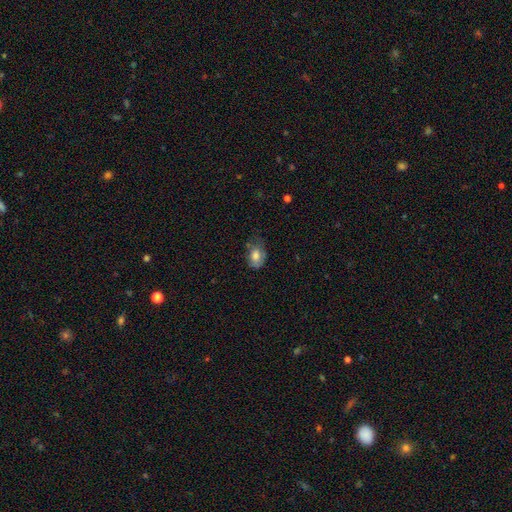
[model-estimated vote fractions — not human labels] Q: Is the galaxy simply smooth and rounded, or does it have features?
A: smooth — 70%.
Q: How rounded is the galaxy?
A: in between — 80%.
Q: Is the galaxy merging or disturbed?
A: none — 42%.